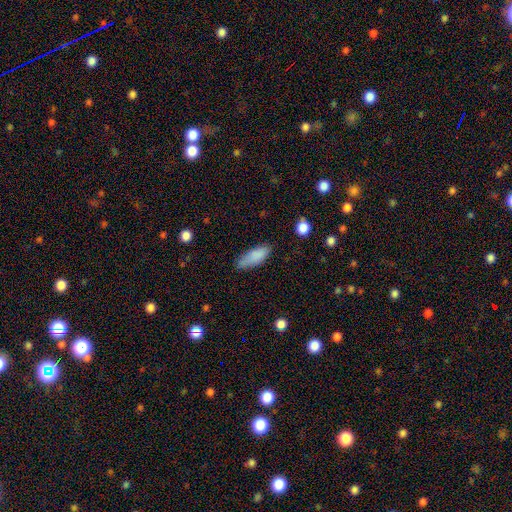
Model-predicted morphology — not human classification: smooth_or_featured: smooth (p=0.85) [alt: featured or disk p=0.08]
how_rounded: in between (p=0.70) [alt: cigar-shaped p=0.28]
merging: none (p=0.71) [alt: minor disturbance p=0.22]